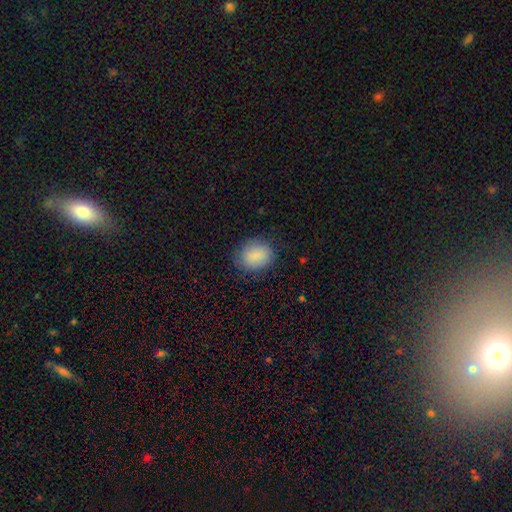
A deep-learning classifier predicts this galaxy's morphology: A smooth galaxy with no disk features (88%) that is round (65%).

Vote fractions:
- Smooth or featured? smooth: 88% / star or artifact: 7% / featured or disk: 5%
- How rounded? round: 65% / in between: 34% / cigar-shaped: 1%
- Merging? none: 81% / minor disturbance: 13% / major disturbance: 4% / merger: 1%